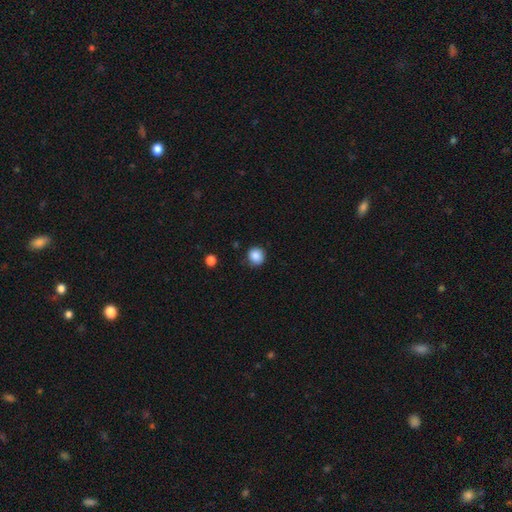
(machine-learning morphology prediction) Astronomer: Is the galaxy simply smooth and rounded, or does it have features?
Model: smooth — 87%.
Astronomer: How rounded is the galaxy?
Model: round — 89%.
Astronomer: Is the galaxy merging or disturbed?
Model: none — 84%.